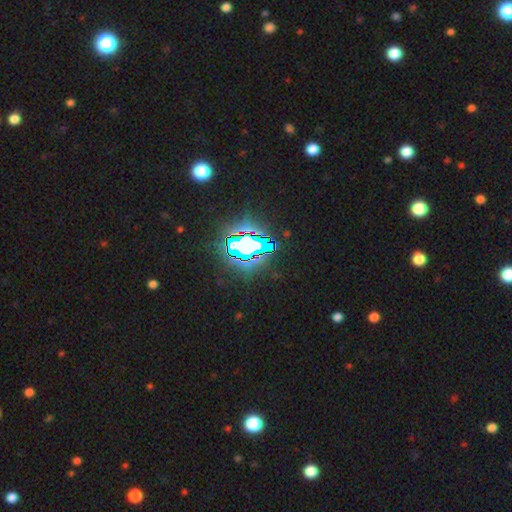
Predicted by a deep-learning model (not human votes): The model was most divided on "smooth or featured": star or artifact: 75%, smooth: 15%, featured or disk: 11%.